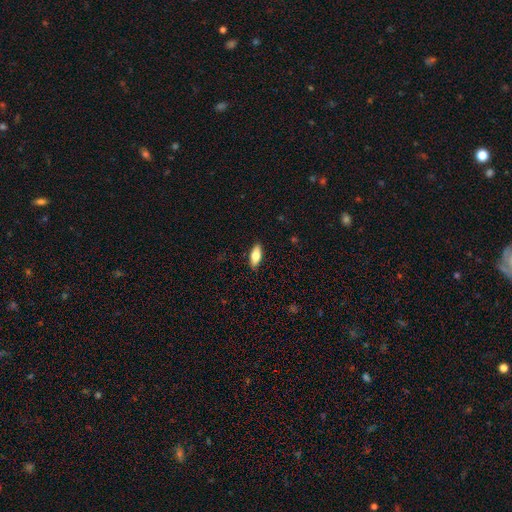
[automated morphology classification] Smooth or featured: smooth — 75% (featured or disk — 18%)
How rounded: in between — 79% (cigar-shaped — 19%)
Merging: none — 89% (minor disturbance — 9%)